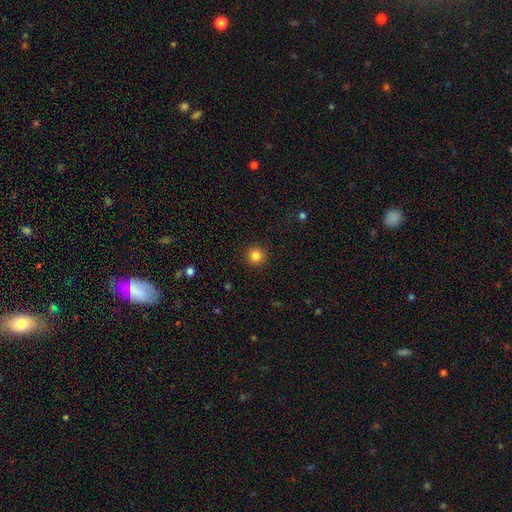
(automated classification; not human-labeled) smooth_or_featured: smooth (p=0.84) [alt: star or artifact p=0.12]
how_rounded: round (p=0.95) [alt: in between p=0.04]
merging: none (p=0.92) [alt: minor disturbance p=0.05]